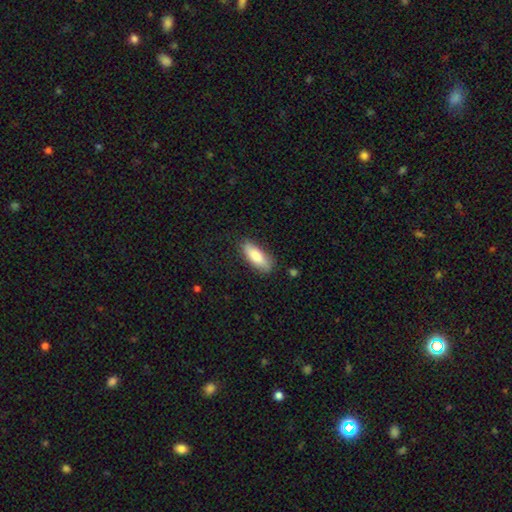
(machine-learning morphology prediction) The model was most divided on "how rounded": in between: 64%, cigar-shaped: 34%, round: 2%. More confident: smooth or featured — smooth (83%); merging — none (81%).